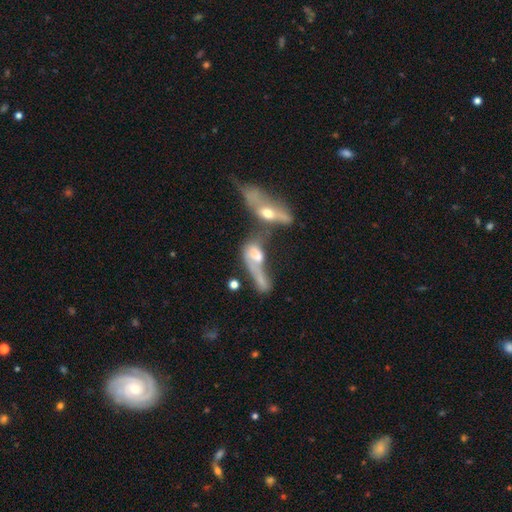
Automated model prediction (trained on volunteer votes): A featured or disk galaxy (51%).

Vote fractions:
- Smooth or featured? featured or disk: 51% / smooth: 38% / star or artifact: 11%
- Edge-on disk? no: 72% / yes: 28%
- Merging? merger: 69% / major disturbance: 17% / none: 9% / minor disturbance: 6%